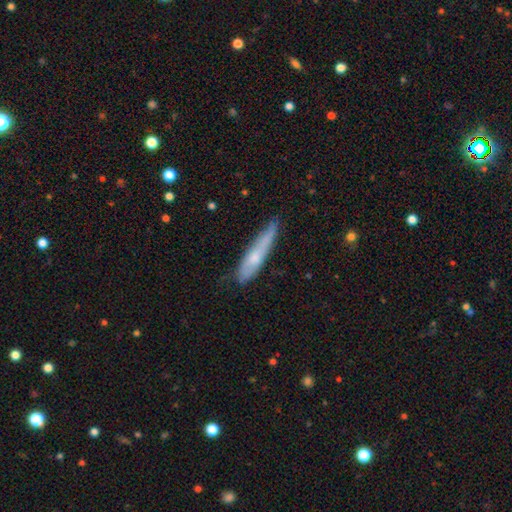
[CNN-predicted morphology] A smooth galaxy with no disk features (57%) that is cigar-shaped (88%). Merging: none (63%).